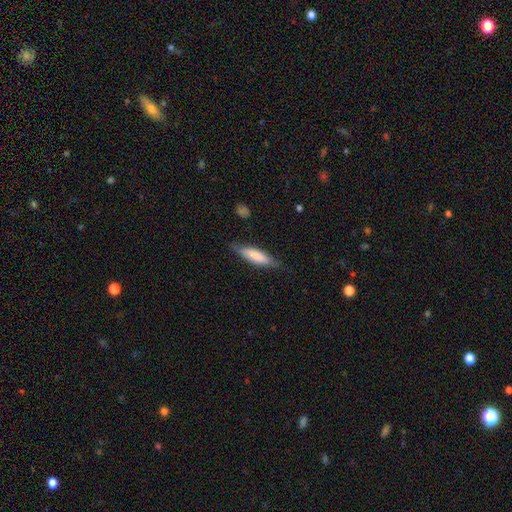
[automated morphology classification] Overall: smooth (76%). How rounded: cigar-shaped (64%; in between 34%). Merging: none (76%).